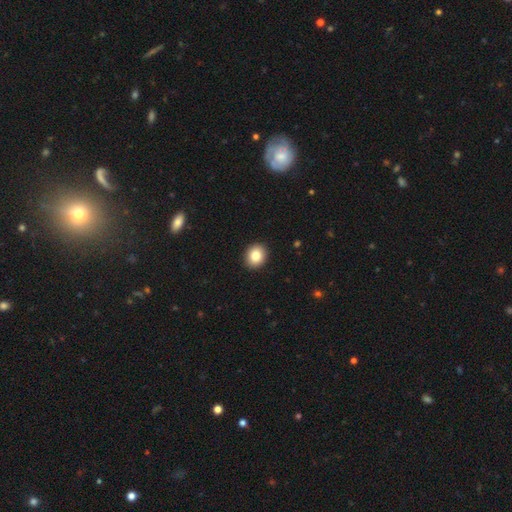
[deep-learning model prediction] Smooth or featured? Predicted: smooth (p=0.84). How rounded? Predicted: round (p=0.68). Merging? Predicted: none (p=0.92).